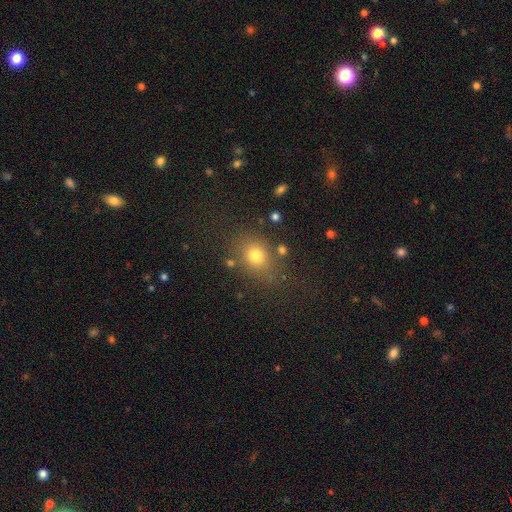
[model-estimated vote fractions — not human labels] The model was most divided on "how rounded": round: 56%, in between: 43%, cigar-shaped: 1%. More confident: smooth or featured — smooth (75%); merging — none (74%).